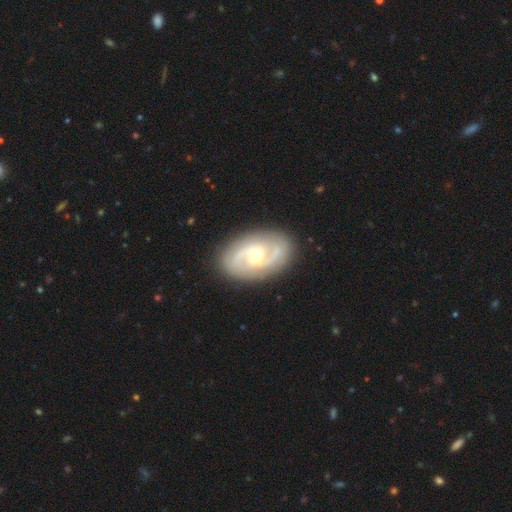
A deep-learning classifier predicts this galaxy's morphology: The model was most divided on "bar": weak: 50%, no: 33%, strong: 17%. More confident: edge-on disk — no (97%); spiral arms — yes (94%); spiral arm count — 2 (88%); merging — none (86%); smooth or featured — featured or disk (85%); bulge size — moderate (68%); spiral winding — medium (51%).